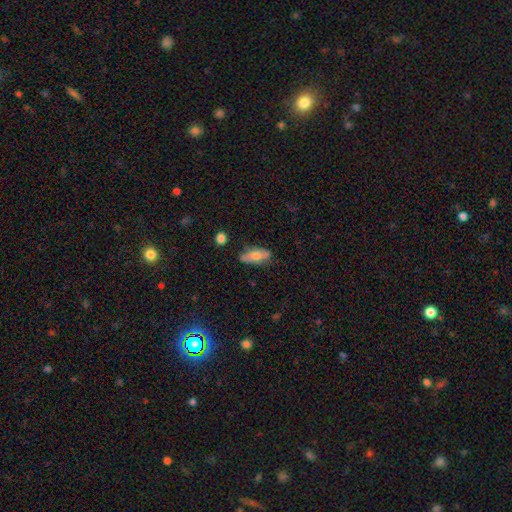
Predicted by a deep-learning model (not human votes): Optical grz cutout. It shows a smooth galaxy with no disk features (62%) that is in between round and cigar-shaped (80%). Merging: none (73%).